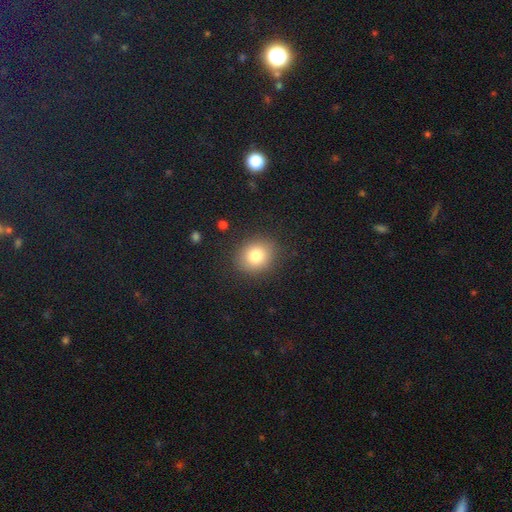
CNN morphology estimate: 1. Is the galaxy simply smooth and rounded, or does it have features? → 80% smooth, 11% star or artifact, 9% featured or disk.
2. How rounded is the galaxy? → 69% round, 30% in between, 1% cigar-shaped.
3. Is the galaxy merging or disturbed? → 87% none, 8% minor disturbance, 3% major disturbance, 1% merger.